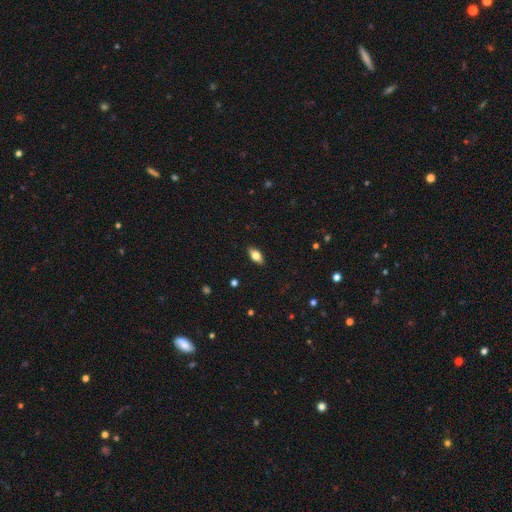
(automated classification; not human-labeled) Overall: smooth (69%). How rounded: in between (86%). Merging: none (88%).